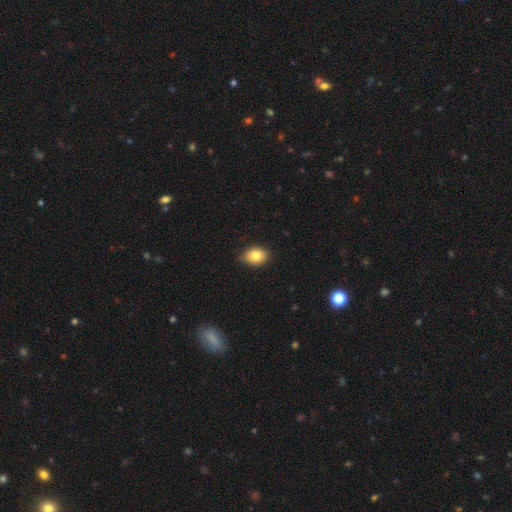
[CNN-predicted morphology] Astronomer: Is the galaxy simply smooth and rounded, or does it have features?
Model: smooth — 82%.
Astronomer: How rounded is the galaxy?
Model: in between — 67%.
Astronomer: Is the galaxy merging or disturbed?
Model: none — 78%.